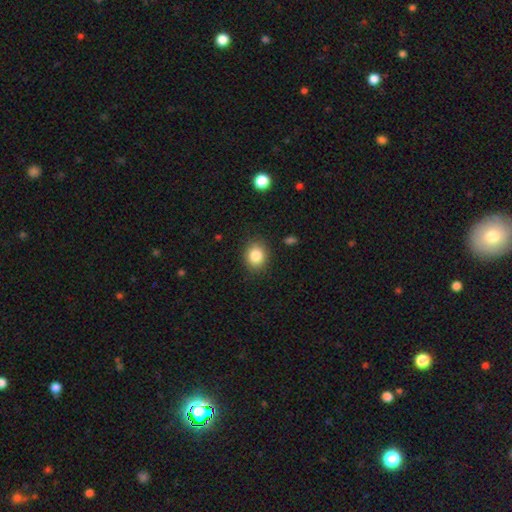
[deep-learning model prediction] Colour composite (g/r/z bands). It shows a smooth galaxy with no disk features (85%) that is round (60%). Merging: none (87%).